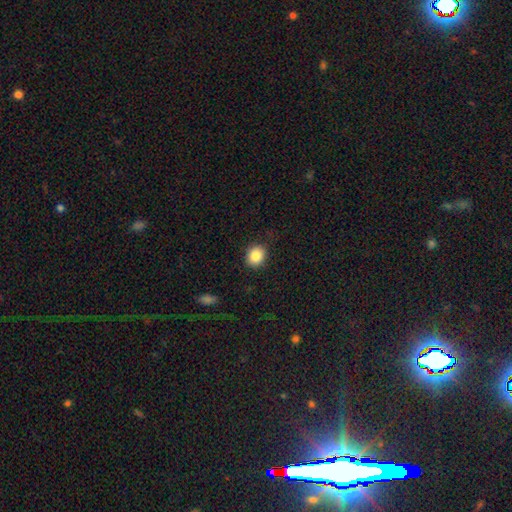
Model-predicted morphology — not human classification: Overall: smooth (86%). How rounded: round (67%; in between 32%). Merging: none (87%).